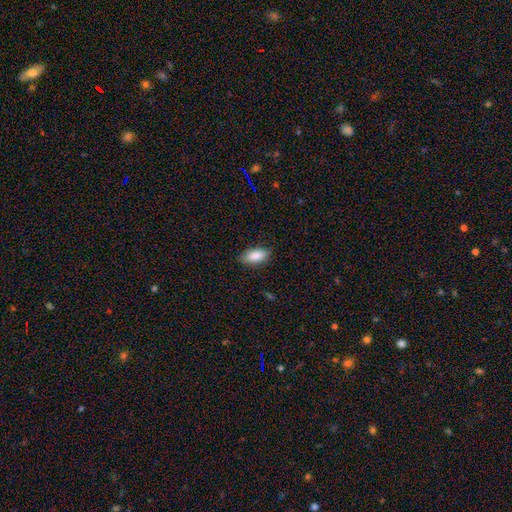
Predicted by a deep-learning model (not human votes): Smooth or featured? smooth (87%)
How rounded? in between (89%)
Merging? none (82%)